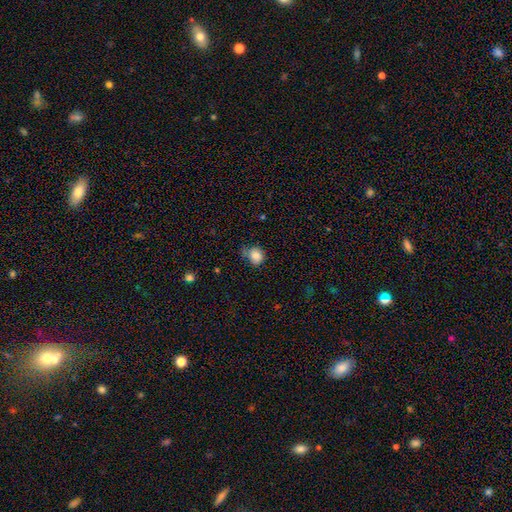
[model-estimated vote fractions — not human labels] This is clearly a smooth galaxy (83%). How rounded: likely round (71%). Merging: possibly none (56%).